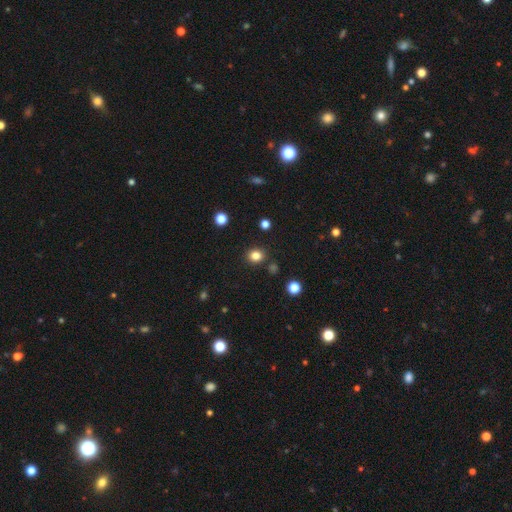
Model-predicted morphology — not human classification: This is clearly a smooth galaxy (82%). How rounded: likely round (77%). Merging: clearly none (87%).